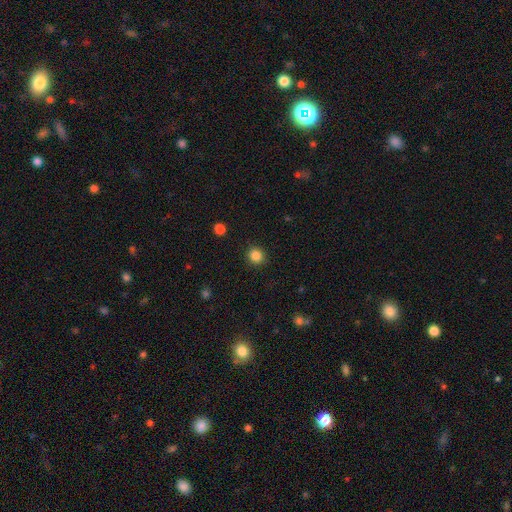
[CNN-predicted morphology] type=smooth (85%); roundness=round (89%); merging=none (90%).